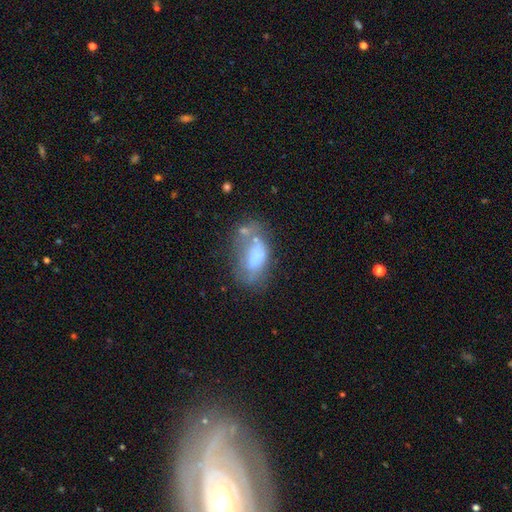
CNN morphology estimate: smooth_or_featured: smooth (p=0.57) [alt: featured or disk p=0.32]
how_rounded: in between (p=0.89) [alt: round p=0.07]
merging: none (p=0.29) [alt: major disturbance p=0.24]